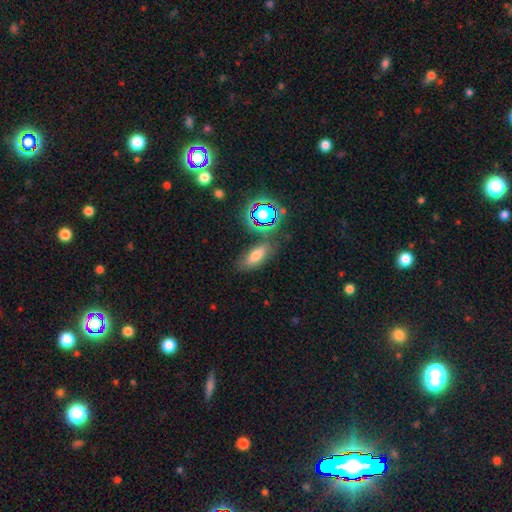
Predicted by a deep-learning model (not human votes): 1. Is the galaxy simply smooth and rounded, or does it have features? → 65% smooth, 19% star or artifact, 16% featured or disk.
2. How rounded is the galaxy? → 72% in between, 21% cigar-shaped, 7% round.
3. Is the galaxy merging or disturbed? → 71% none, 16% minor disturbance, 7% merger, 6% major disturbance.